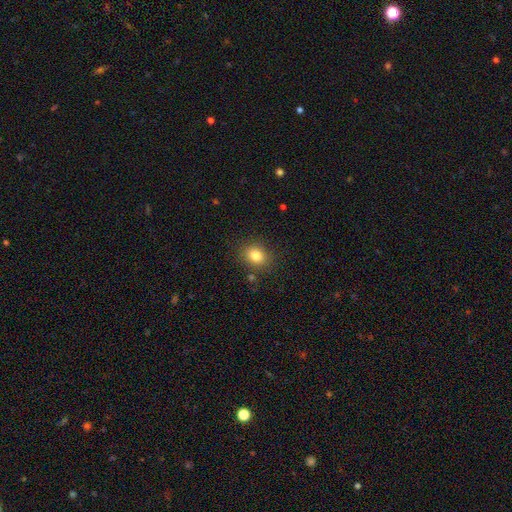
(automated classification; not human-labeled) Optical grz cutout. It shows a smooth galaxy with no disk features (82%) that is round (56%). Merging: none (84%).